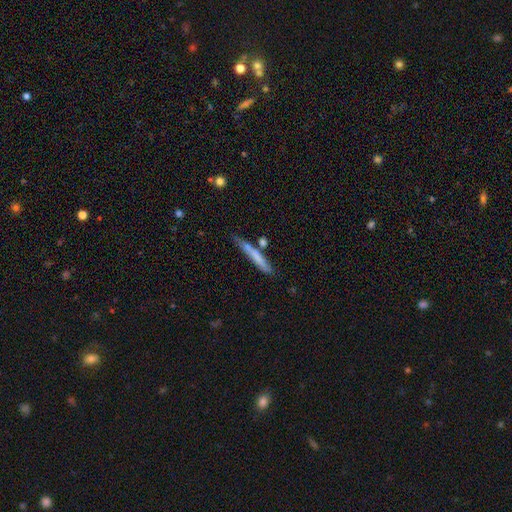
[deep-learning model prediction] Smooth or featured?
  - smooth: 65% *
  - featured or disk: 29%
  - star or artifact: 7%
How rounded?
  - cigar-shaped: 94% *
  - in between: 4%
  - round: 2%
Merging?
  - none: 69% *
  - minor disturbance: 17%
  - merger: 10%
  - major disturbance: 4%